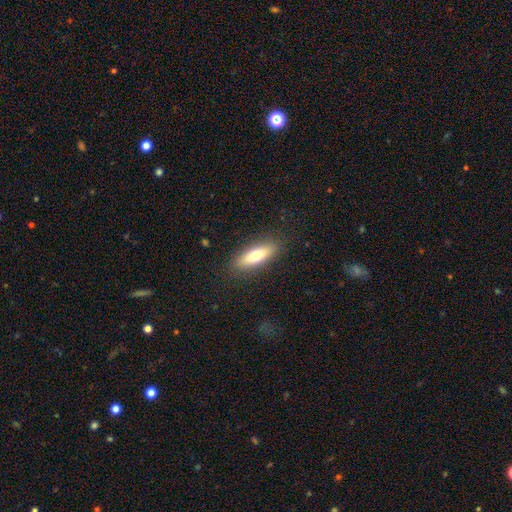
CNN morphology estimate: Smooth or featured? Predicted: smooth (p=0.67). How rounded? Predicted: in between (p=0.50). Merging? Predicted: none (p=0.88).